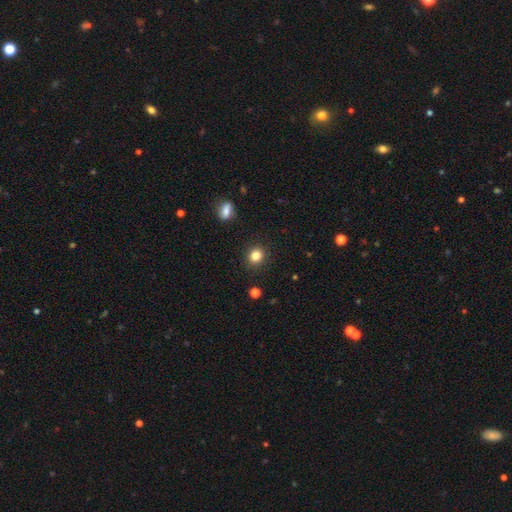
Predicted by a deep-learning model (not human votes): Smooth or featured? Predicted: smooth (p=0.83). How rounded? Predicted: round (p=0.82). Merging? Predicted: none (p=0.90).